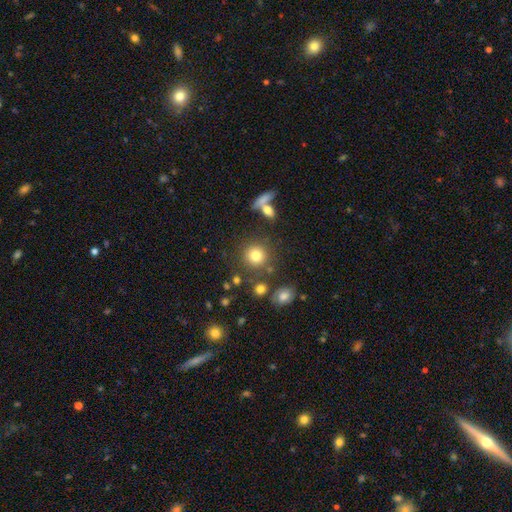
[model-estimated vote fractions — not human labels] Morphology: type=smooth (78%); roundness=round (90%); merging=none (78%).